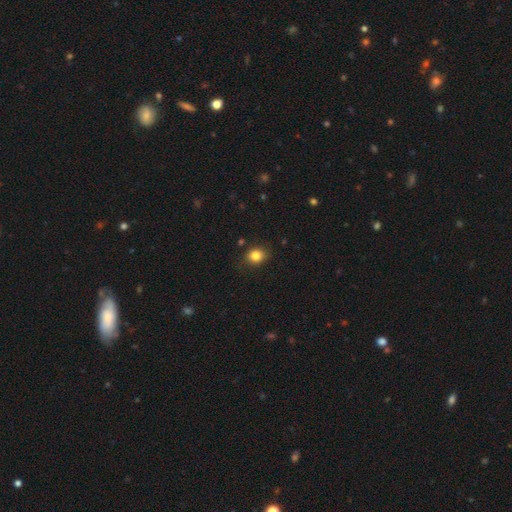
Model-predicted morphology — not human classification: smooth 83%, star or artifact 11%, featured or disk 6%. Down the decision tree: how rounded — round (62%); merging — none (84%).